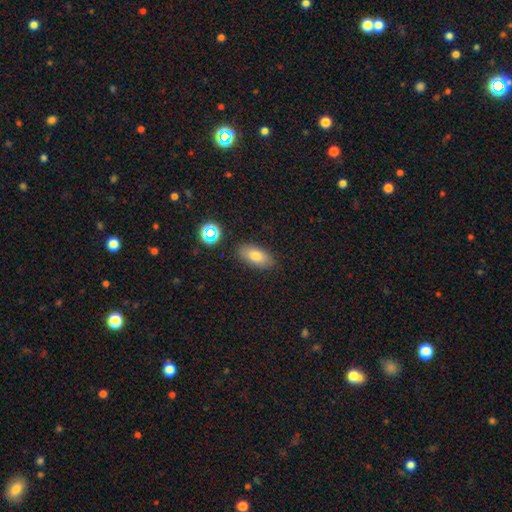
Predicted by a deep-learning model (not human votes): The model was most divided on "smooth or featured": smooth: 78%, featured or disk: 12%, star or artifact: 10%. More confident: how rounded — in between (88%); merging — none (84%).